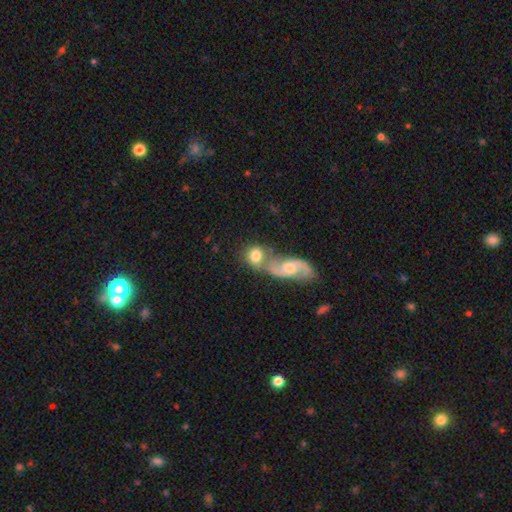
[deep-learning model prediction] The model was most divided on "how rounded": round: 52%, in between: 45%, cigar-shaped: 3%. More confident: smooth or featured — smooth (63%); merging — merger (54%).